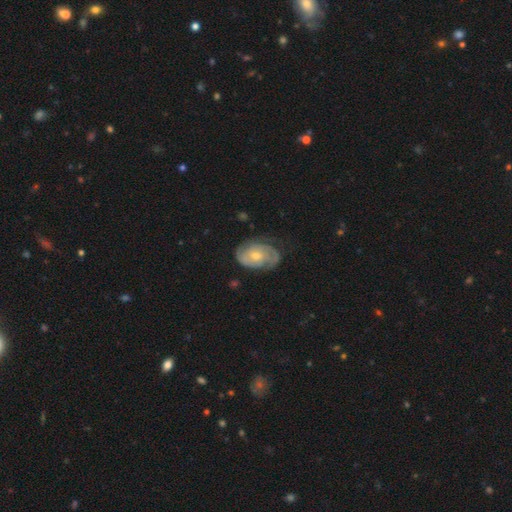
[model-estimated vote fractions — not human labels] smooth_or_featured: featured or disk (p=0.74) [alt: smooth p=0.20]
disk_edge_on: no (p=0.97) [alt: yes p=0.03]
bar: no (p=0.68) [alt: weak p=0.28]
has_spiral_arms: yes (p=0.90) [alt: no p=0.10]
spiral_winding: tight (p=0.59) [alt: medium p=0.30]
spiral_arm_count: 2 (p=0.43) [alt: can't tell p=0.31]
bulge_size: small (p=0.48) [alt: moderate p=0.47]
merging: none (p=0.64) [alt: minor disturbance p=0.25]